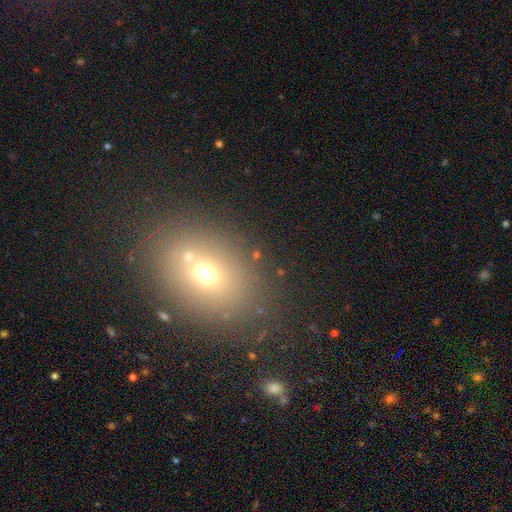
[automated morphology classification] Overall: smooth (61%; star or artifact 24%). How rounded: in between (59%; round 39%). Merging: none (73%).